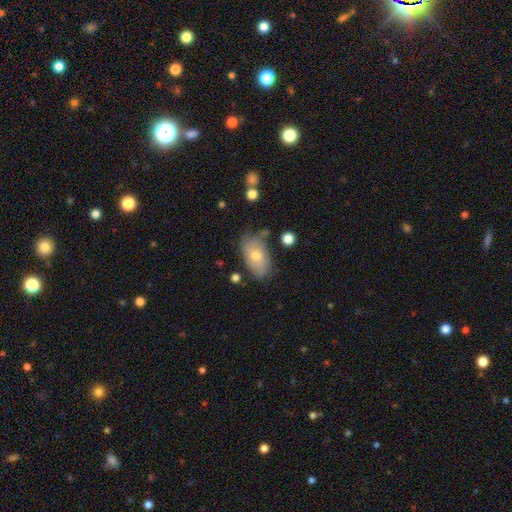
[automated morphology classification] This is likely a smooth galaxy (65%). How rounded: clearly in between (91%). Merging: likely none (65%).